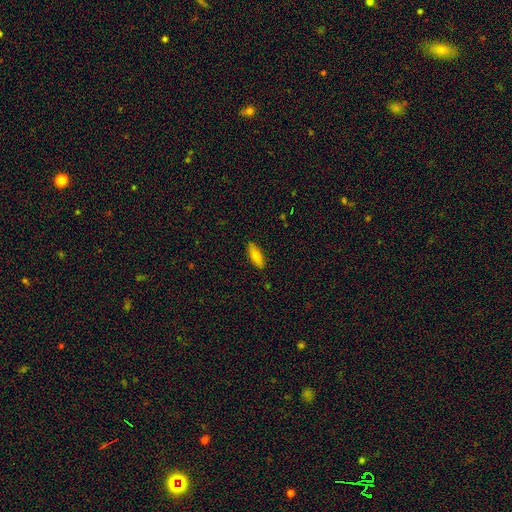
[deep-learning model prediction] Smooth or featured: smooth — 75% (featured or disk — 18%)
How rounded: in between — 60% (cigar-shaped — 38%)
Merging: none — 88% (minor disturbance — 9%)